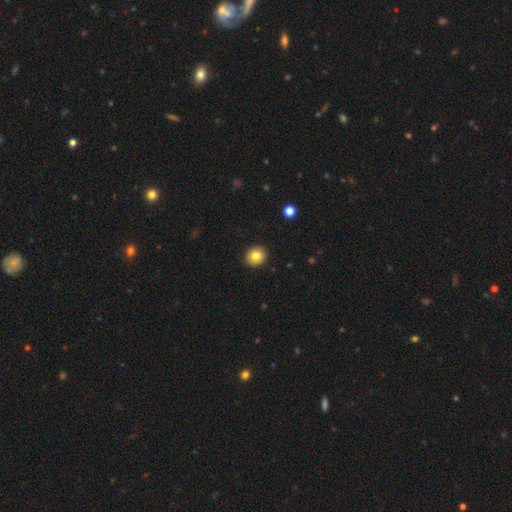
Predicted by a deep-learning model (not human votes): This appears to be a smooth galaxy with no disk features (81%) that is round (73%). Merging: none (92%).